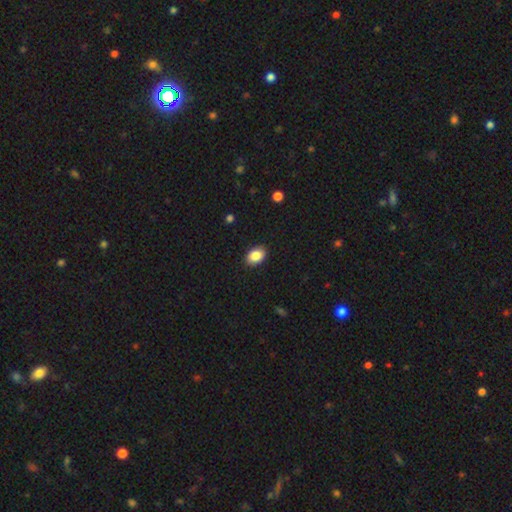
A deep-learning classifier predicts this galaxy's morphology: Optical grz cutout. It shows a smooth galaxy with no disk features (87%) that is in between round and cigar-shaped (82%). Merging: none (89%).